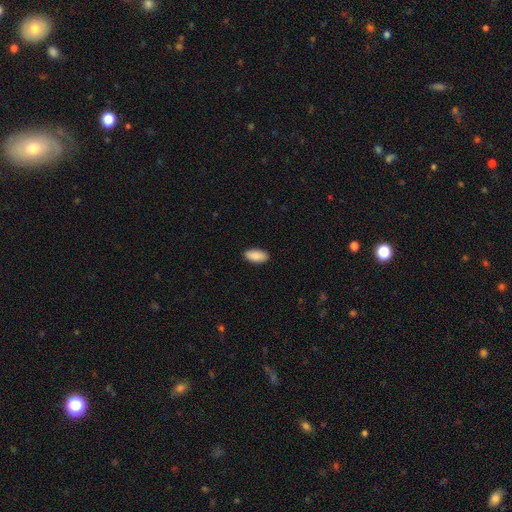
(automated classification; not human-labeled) The model was most divided on "merging": none: 90%, minor disturbance: 7%, major disturbance: 2%, merger: 1%. More confident: how rounded — in between (93%); smooth or featured — smooth (90%).